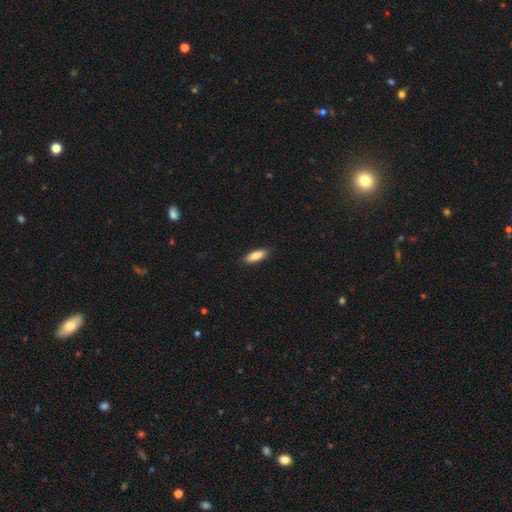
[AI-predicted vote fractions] smooth 87%, featured or disk 7%, star or artifact 6%. Down the decision tree: how rounded — in between (69%); merging — none (87%).